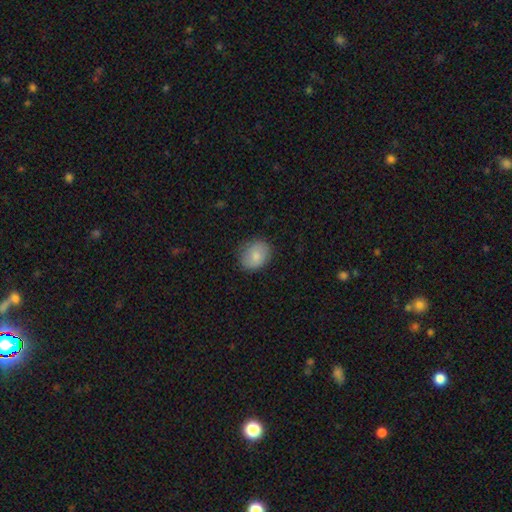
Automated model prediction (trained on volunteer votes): Smooth or featured? Predicted: smooth (p=0.83). How rounded? Predicted: in between (p=0.51). Merging? Predicted: none (p=0.80).